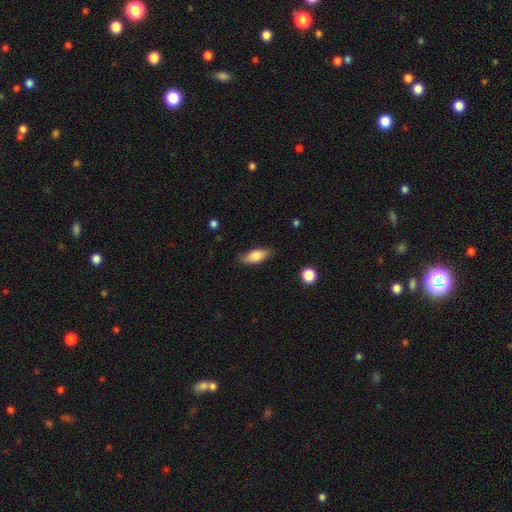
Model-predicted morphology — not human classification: smooth-or-featured: smooth: 79% | featured or disk: 15% | star or artifact: 6%
  how-rounded: in between: 80% | cigar-shaped: 18% | round: 3%
  merging: none: 81% | minor disturbance: 15% | major disturbance: 3% | merger: 1%